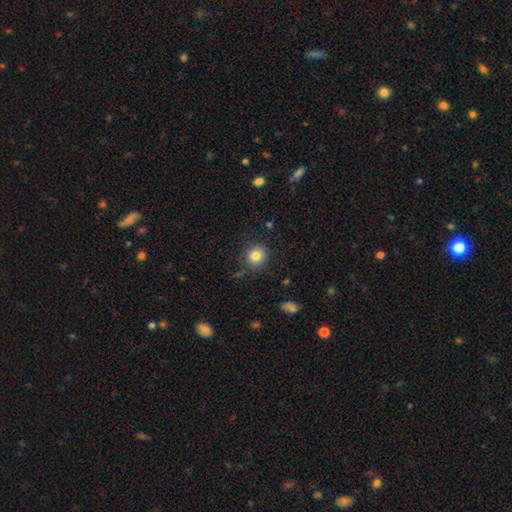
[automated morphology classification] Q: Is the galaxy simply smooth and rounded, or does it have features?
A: smooth — 82%.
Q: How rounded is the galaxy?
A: round — 91%.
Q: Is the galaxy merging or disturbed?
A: none — 85%.